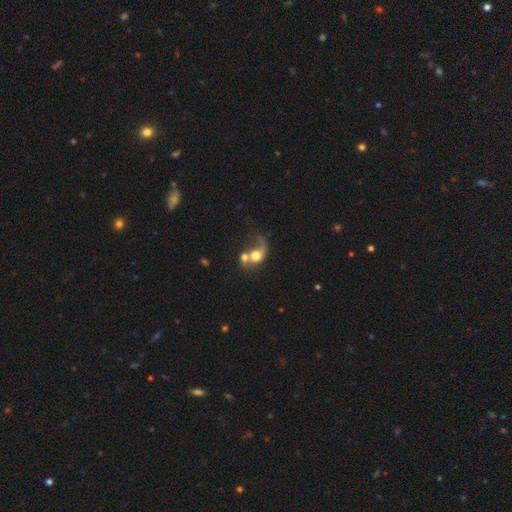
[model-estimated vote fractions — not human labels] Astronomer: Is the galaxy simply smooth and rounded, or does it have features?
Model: smooth — 48% (runner-up: featured or disk, 42%).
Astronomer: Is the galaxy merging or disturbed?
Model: merger — 58%.